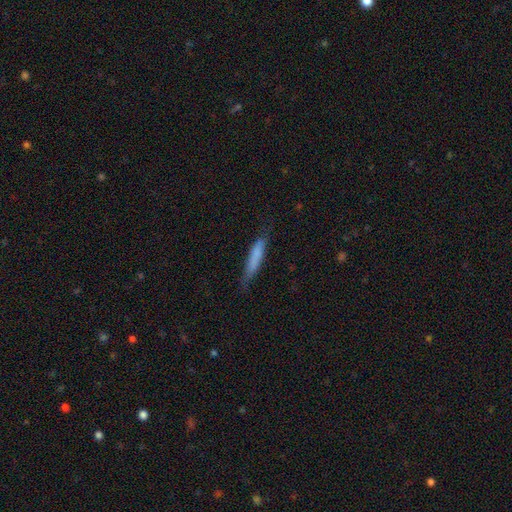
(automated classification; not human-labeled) smooth 73%, featured or disk 21%, star or artifact 6%. Down the decision tree: how rounded — cigar-shaped (88%); merging — none (65%).